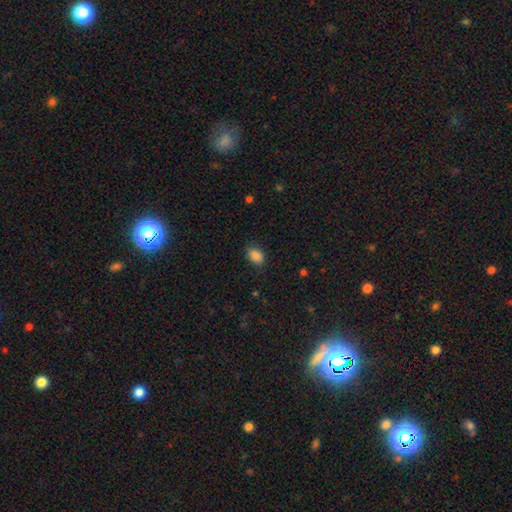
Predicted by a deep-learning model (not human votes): A smooth galaxy with no disk features (88%) that is in between round and cigar-shaped (84%).

Vote fractions:
- Smooth or featured? smooth: 88% / star or artifact: 9% / featured or disk: 4%
- How rounded? in between: 84% / round: 15% / cigar-shaped: 1%
- Merging? none: 79% / minor disturbance: 16% / major disturbance: 4% / merger: 1%